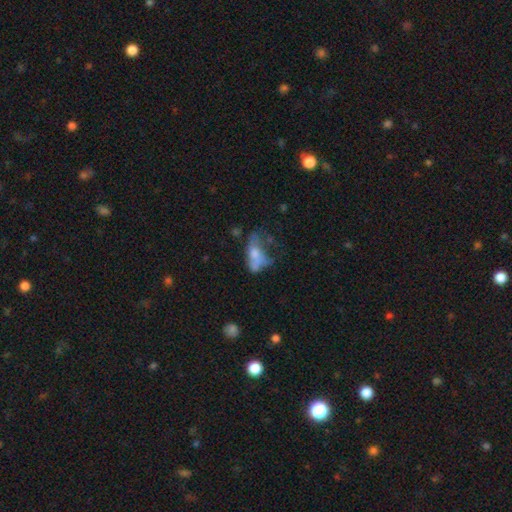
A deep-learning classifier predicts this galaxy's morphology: smooth 51%, featured or disk 37%, star or artifact 12%. Down the decision tree: how rounded — in between (81%); merging — major disturbance (39%).